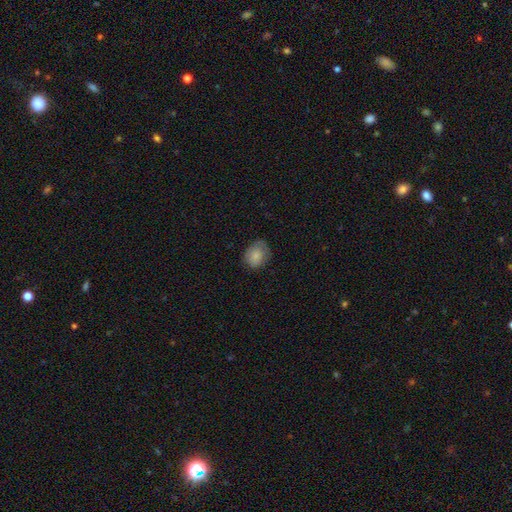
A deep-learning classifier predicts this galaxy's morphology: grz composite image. It shows a smooth galaxy with no disk features (82%) that is round (50%). Merging: none (67%).